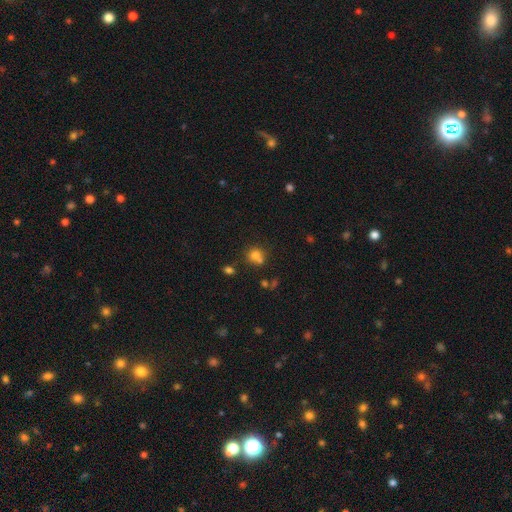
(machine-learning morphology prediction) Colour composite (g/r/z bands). It shows a smooth galaxy with no disk features (74%) that is round (83%). Merging: none (53%).